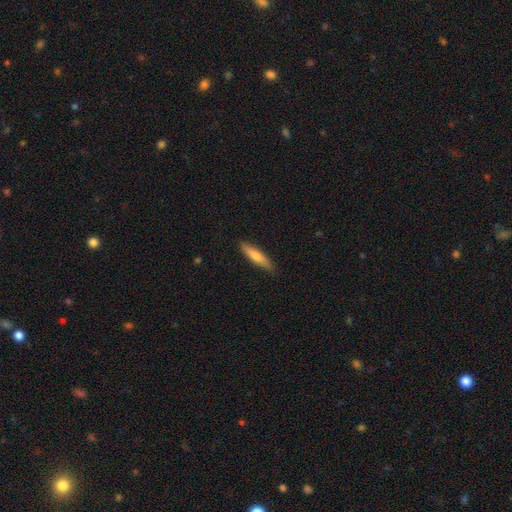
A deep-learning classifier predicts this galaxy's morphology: The model was most divided on "smooth or featured": smooth: 63%, featured or disk: 32%, star or artifact: 6%. More confident: merging — none (86%); how rounded — cigar-shaped (83%).